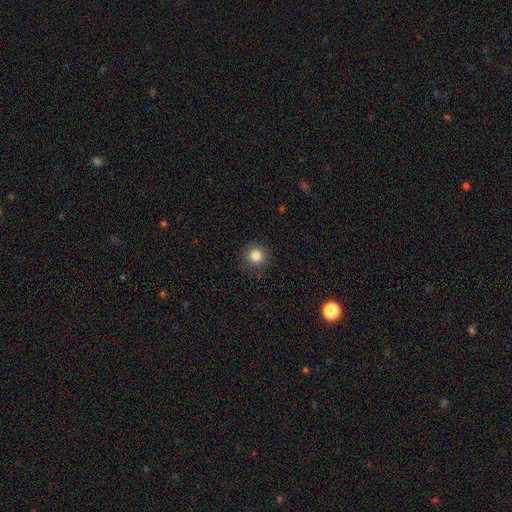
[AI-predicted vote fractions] smooth 84%, star or artifact 11%, featured or disk 4%. Down the decision tree: how rounded — round (93%); merging — none (89%).